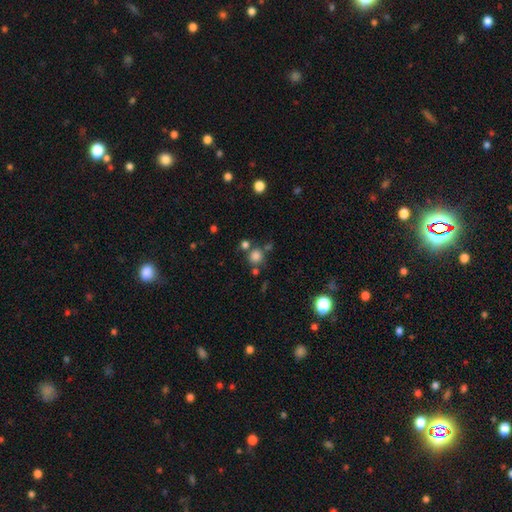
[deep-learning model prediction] smooth_or_featured: smooth (p=0.78) [alt: star or artifact p=0.16]
how_rounded: round (p=0.91) [alt: in between p=0.08]
merging: none (p=0.70) [alt: merger p=0.16]